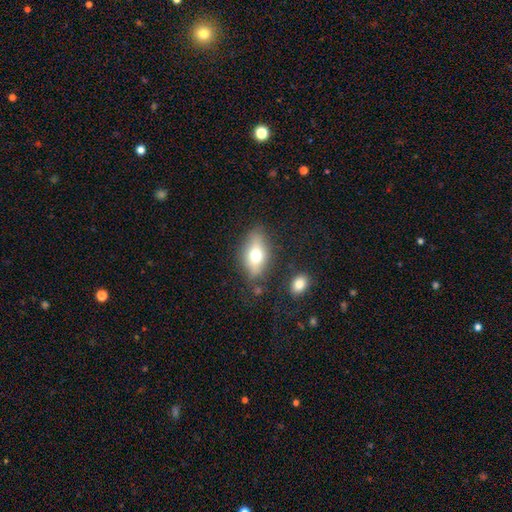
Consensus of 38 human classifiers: Overall: smooth (58%; featured or disk 37%). How rounded: in between (77%). Merging: none (64%; minor disturbance 31%).